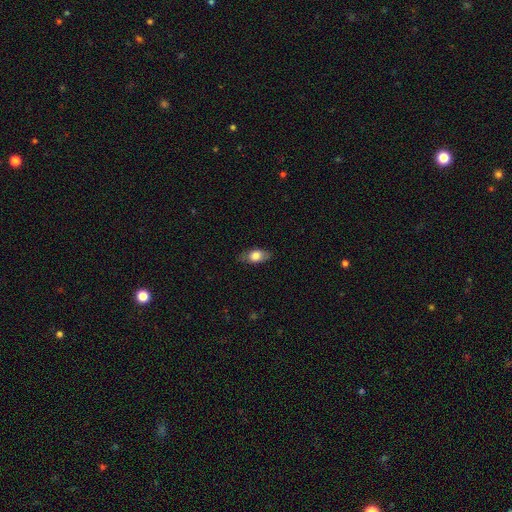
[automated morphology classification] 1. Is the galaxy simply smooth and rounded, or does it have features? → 74% smooth, 19% featured or disk, 7% star or artifact.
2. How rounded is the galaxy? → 85% in between, 9% round, 6% cigar-shaped.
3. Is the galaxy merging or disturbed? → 76% none, 18% minor disturbance, 4% major disturbance, 1% merger.